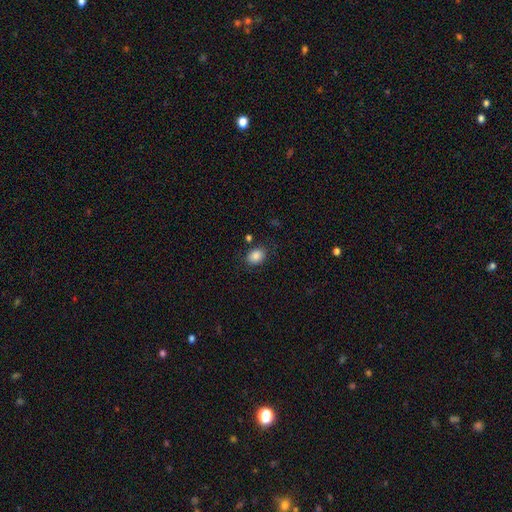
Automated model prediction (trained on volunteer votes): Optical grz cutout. It shows a smooth galaxy with no disk features (85%) that is in between round and cigar-shaped (61%). Merging: none (81%).